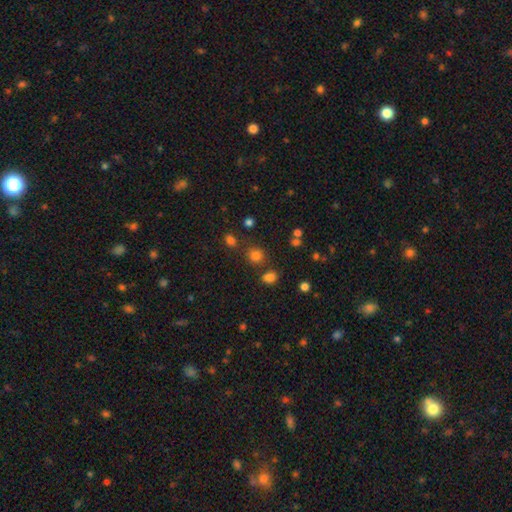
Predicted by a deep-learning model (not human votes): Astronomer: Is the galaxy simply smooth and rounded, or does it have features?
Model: smooth — 77%.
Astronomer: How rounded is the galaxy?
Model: round — 85%.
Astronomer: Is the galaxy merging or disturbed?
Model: none — 79%.